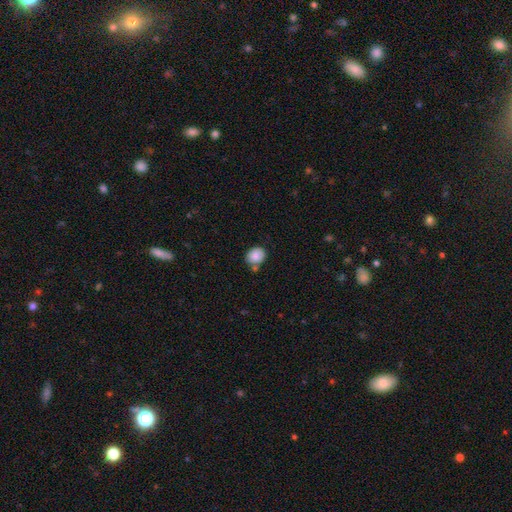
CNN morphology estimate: smooth_or_featured: smooth (p=0.85) [alt: star or artifact p=0.08]
how_rounded: round (p=0.57) [alt: in between p=0.43]
merging: none (p=0.71) [alt: minor disturbance p=0.14]